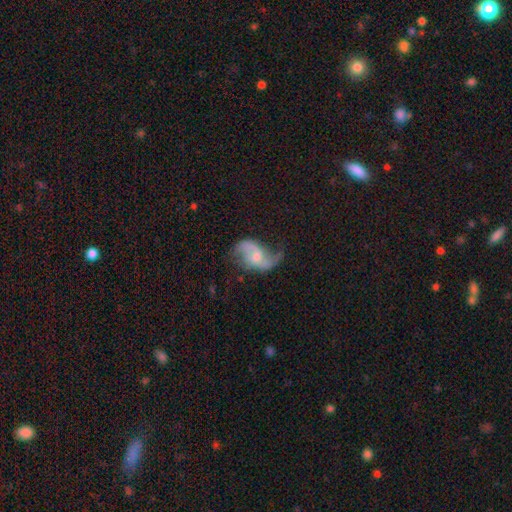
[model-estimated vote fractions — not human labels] Smooth or featured? Predicted: featured or disk (p=0.83). Edge-on disk? Predicted: no (p=0.97). Bar? Predicted: no (p=0.45). Spiral arms? Predicted: yes (p=0.94). Spiral winding? Predicted: loose (p=0.69). Spiral arm count? Predicted: 2 (p=0.89). Bulge size? Predicted: moderate (p=0.45, tied with small). Merging? Predicted: none (p=0.58).